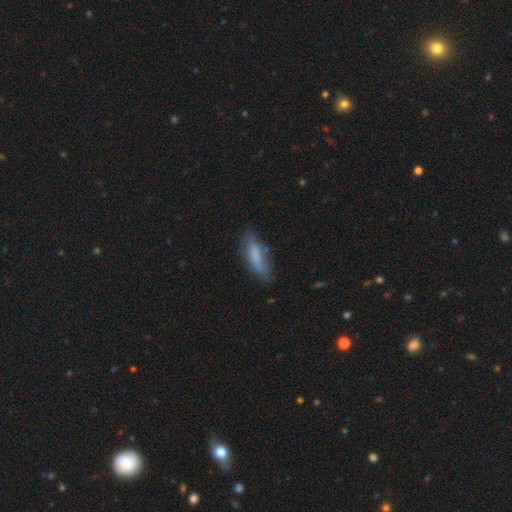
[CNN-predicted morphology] Smooth or featured? Predicted: smooth (p=0.71). How rounded? Predicted: cigar-shaped (p=0.60). Merging? Predicted: none (p=0.61).